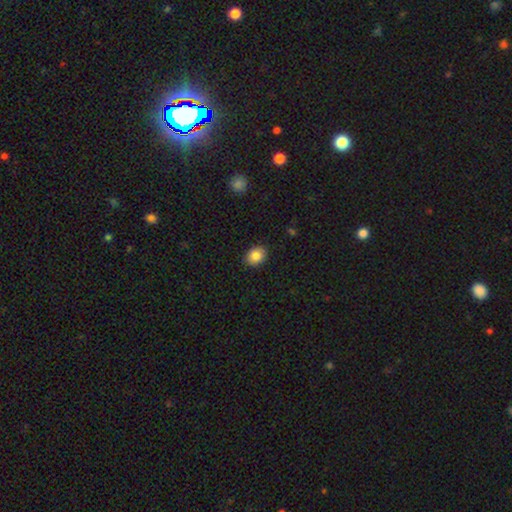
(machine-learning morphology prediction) Smooth or featured?
  - smooth: 86% *
  - star or artifact: 8%
  - featured or disk: 6%
How rounded?
  - in between: 57% *
  - round: 42%
  - cigar-shaped: 1%
Merging?
  - none: 89% *
  - minor disturbance: 8%
  - major disturbance: 2%
  - merger: 1%